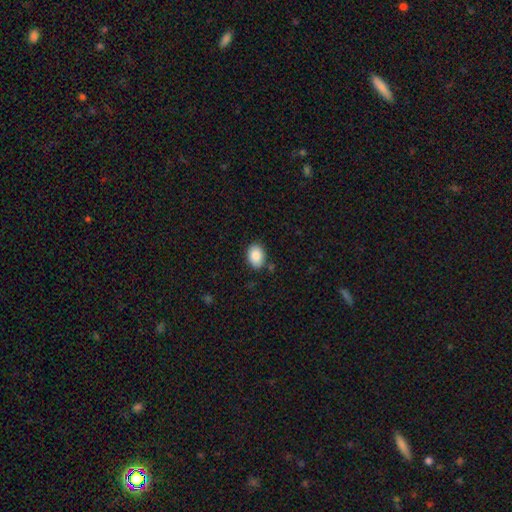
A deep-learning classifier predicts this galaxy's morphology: Smooth or featured? smooth (87%)
How rounded? in between (79%)
Merging? none (83%)